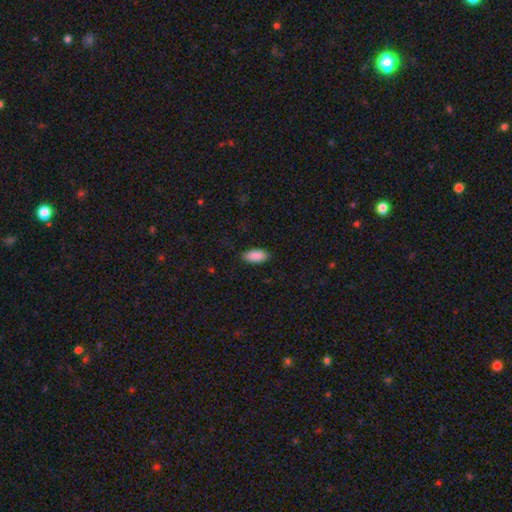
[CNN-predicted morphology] This is clearly a smooth galaxy (90%). How rounded: clearly in between (92%). Merging: clearly none (87%).